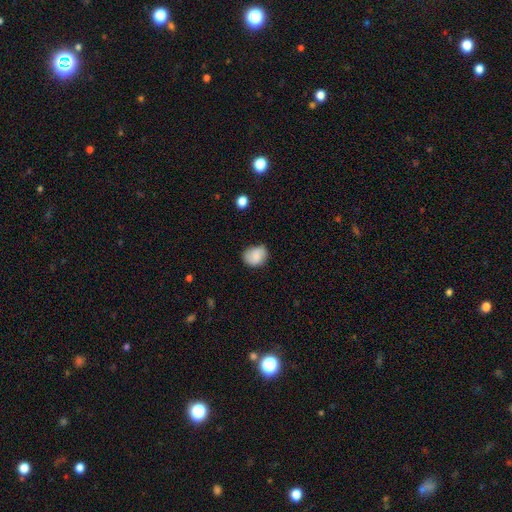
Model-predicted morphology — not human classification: smooth 79%, featured or disk 13%, star or artifact 8%. Down the decision tree: how rounded — round (54%); merging — none (71%).